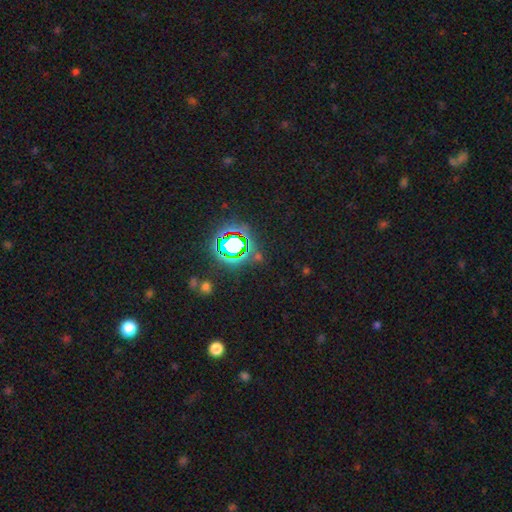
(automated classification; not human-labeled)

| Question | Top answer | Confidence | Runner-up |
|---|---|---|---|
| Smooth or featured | star or artifact | 76% | smooth (15%) |